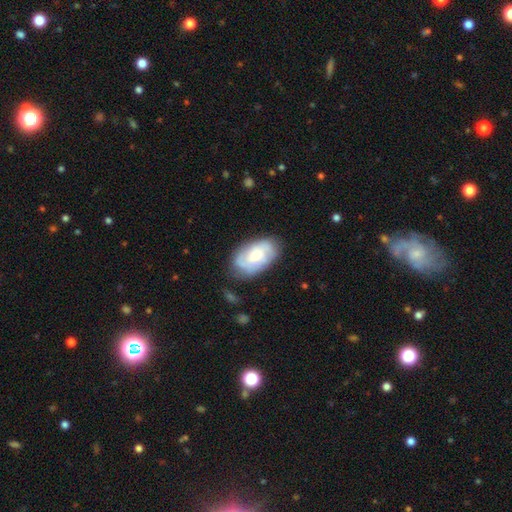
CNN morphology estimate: Smooth or featured? smooth (47%)
Merging? none (69%)